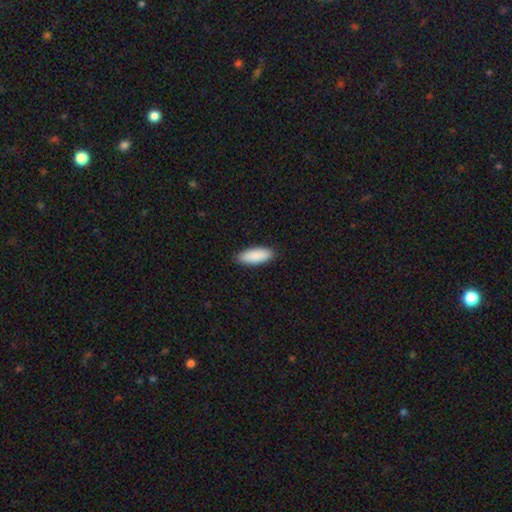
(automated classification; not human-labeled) Smooth or featured? Predicted: smooth (p=0.90). How rounded? Predicted: in between (p=0.70). Merging? Predicted: none (p=0.89).